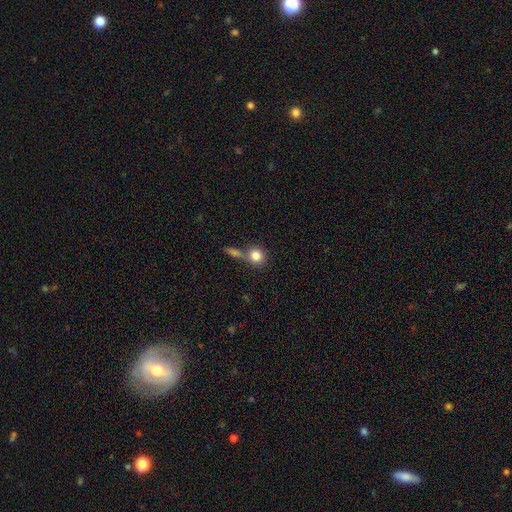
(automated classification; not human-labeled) Smooth or featured: smooth — 83% (star or artifact — 9%)
How rounded: round — 82% (in between — 16%)
Merging: none — 51% (merger — 34%)